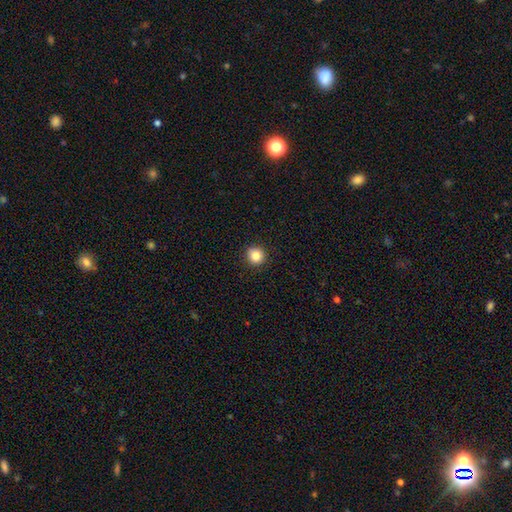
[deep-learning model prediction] smooth_or_featured: smooth (p=0.86) [alt: star or artifact p=0.10]
how_rounded: round (p=0.93) [alt: in between p=0.06]
merging: none (p=0.93) [alt: minor disturbance p=0.05]